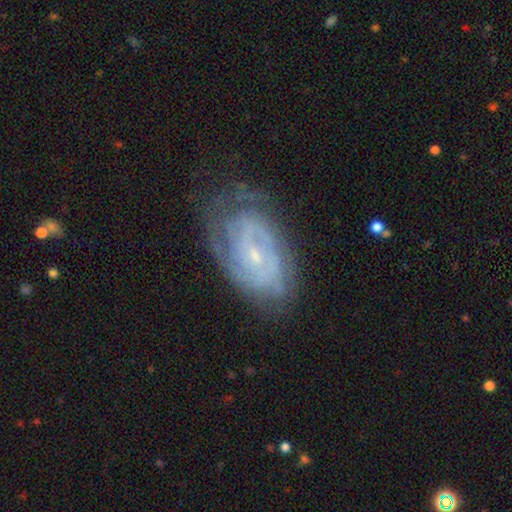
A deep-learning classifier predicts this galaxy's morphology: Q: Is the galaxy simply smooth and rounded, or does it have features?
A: featured or disk — 83%.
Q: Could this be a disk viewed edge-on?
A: no — 96%.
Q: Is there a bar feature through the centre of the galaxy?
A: no — 57%.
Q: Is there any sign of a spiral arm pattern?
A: yes — 92%.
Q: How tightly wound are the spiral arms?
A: tight — 67%.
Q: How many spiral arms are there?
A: can't tell — 39%.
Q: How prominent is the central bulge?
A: small — 78%.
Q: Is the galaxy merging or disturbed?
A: none — 65%.